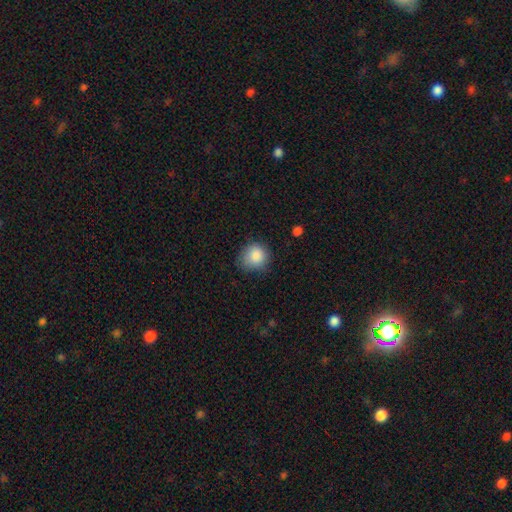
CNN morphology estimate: type=smooth (87%); roundness=round (85%); merging=none (71%).